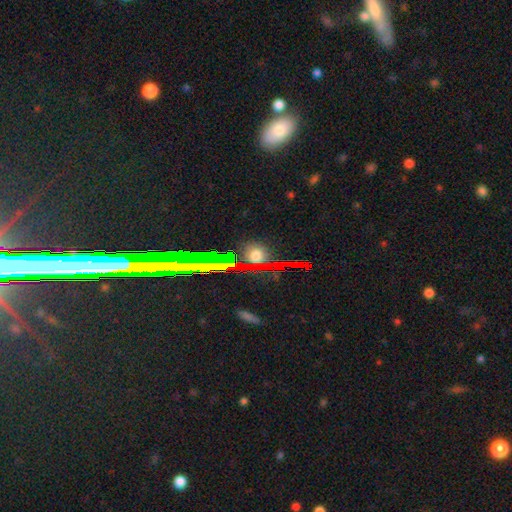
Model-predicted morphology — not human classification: smooth-or-featured: star or artifact: 62% | smooth: 20% | featured or disk: 18%